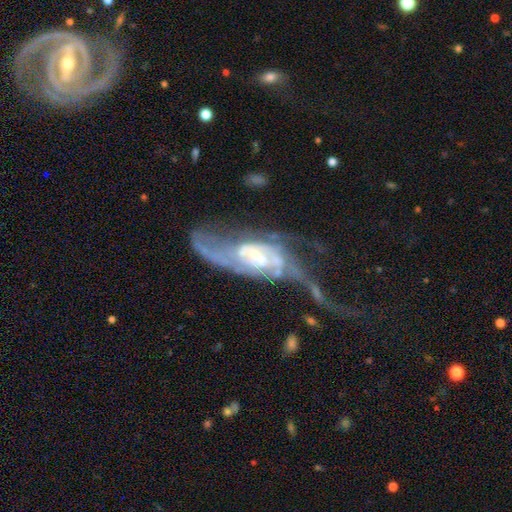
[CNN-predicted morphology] The model was most divided on "bar" (2-way tie): no: 41%, weak: 41%, strong: 18%. Remaining: edge-on disk — no (93%); spiral arms — yes (90%); smooth or featured — featured or disk (86%); spiral arm count — 2 (57%); bulge size — small (48%); merging — major disturbance (44%); spiral winding — medium (39%).